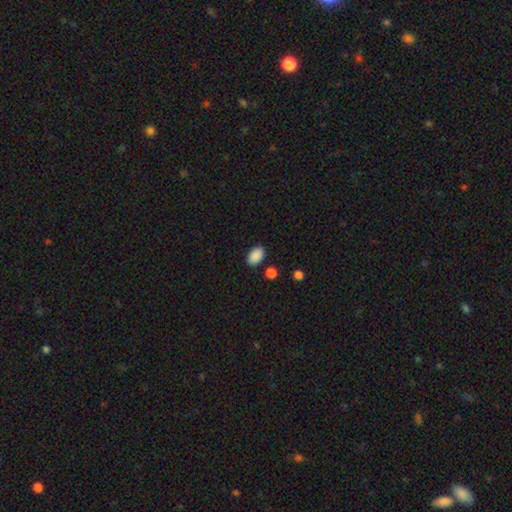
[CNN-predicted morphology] type=smooth (89%); roundness=in between (90%); merging=none (85%).